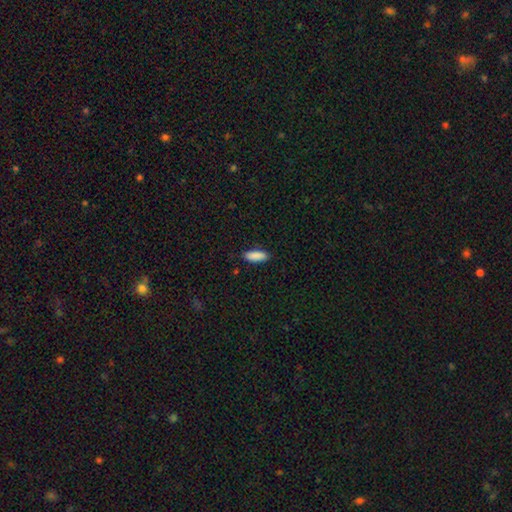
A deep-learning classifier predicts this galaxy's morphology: type=smooth (90%); roundness=in between (70%); merging=none (87%).